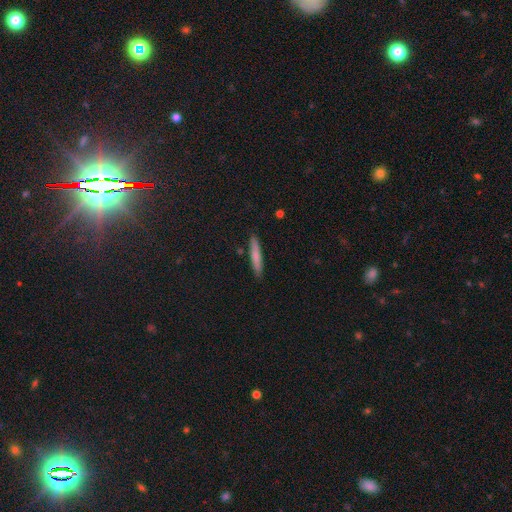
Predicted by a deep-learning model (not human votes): A smooth galaxy with no disk features (74%) that is cigar-shaped (93%). Merging: none (88%).